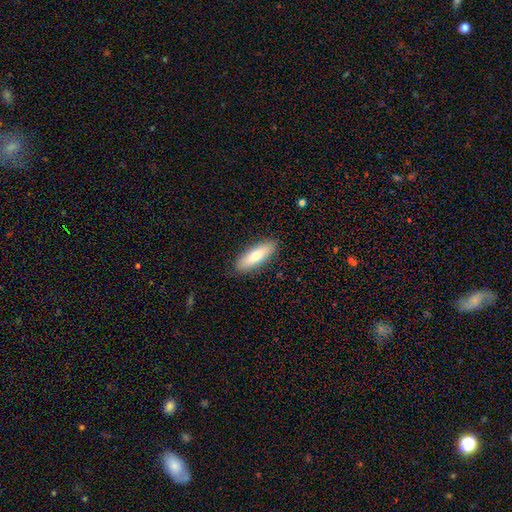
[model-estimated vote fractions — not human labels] smooth 76%, featured or disk 18%, star or artifact 6%. Down the decision tree: how rounded — in between (52%); merging — none (88%).